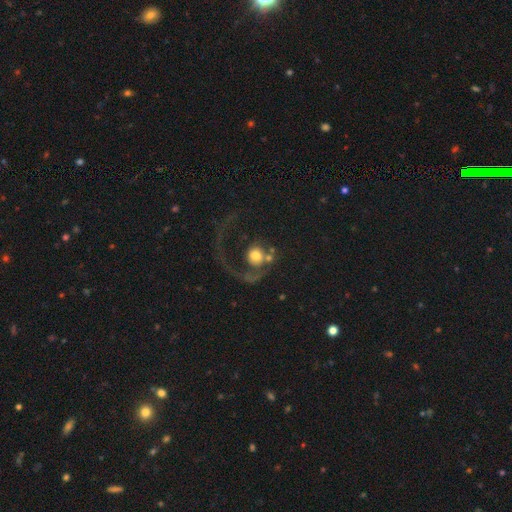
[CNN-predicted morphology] Overall: featured or disk (54%; smooth 36%). Edge-on disk: no (97%). Bar: no (79%). Spiral arms: yes (71%). Bulge size: moderate (44%; large 33%). Merging: major disturbance (45%; none 27%).